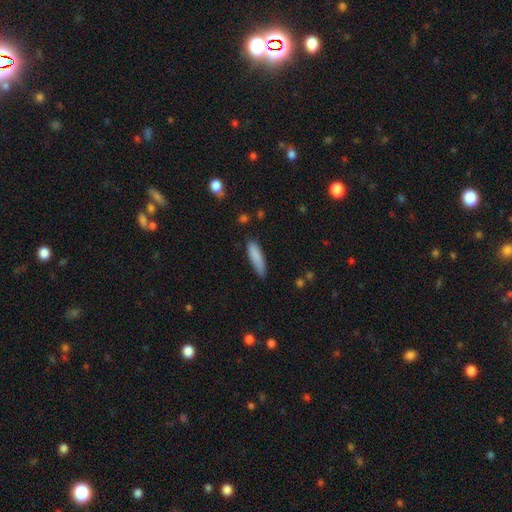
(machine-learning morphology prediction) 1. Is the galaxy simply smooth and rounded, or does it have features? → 85% smooth, 8% featured or disk, 6% star or artifact.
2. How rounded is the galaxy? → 68% cigar-shaped, 30% in between, 1% round.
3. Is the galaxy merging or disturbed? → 72% none, 23% minor disturbance, 4% major disturbance, 2% merger.